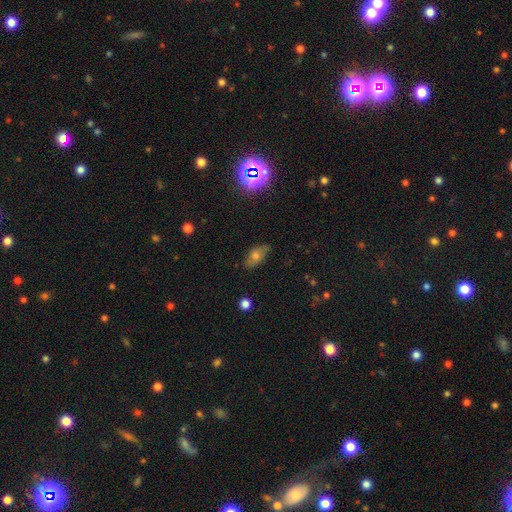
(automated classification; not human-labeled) smooth 60%, featured or disk 25%, star or artifact 15%. Down the decision tree: how rounded — in between (86%); merging — none (75%).